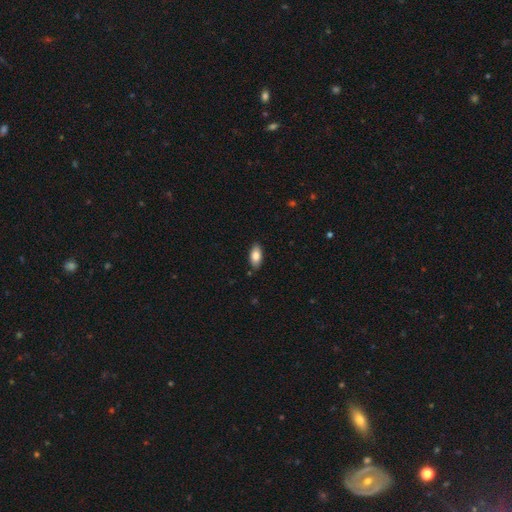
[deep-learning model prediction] Morphology: type=smooth (83%); roundness=in between (90%); merging=none (86%).